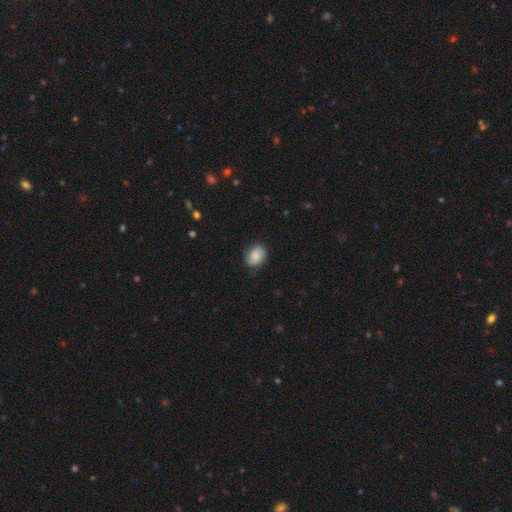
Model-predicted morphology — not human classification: This appears to be a smooth galaxy with no disk features (73%) that is in between round and cigar-shaped (62%). Merging: none (77%).